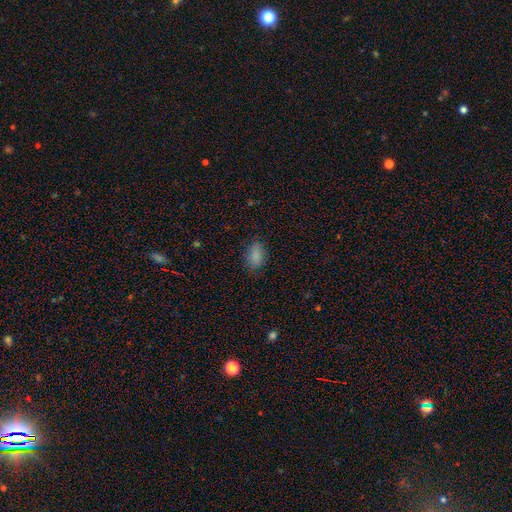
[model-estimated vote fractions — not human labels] Overall: smooth (86%). How rounded: in between (89%). Merging: none (82%).